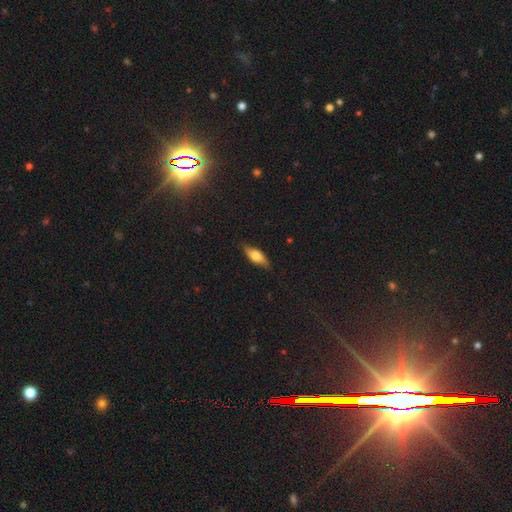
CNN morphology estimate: A smooth galaxy with no disk features (64%) that is in between round and cigar-shaped (68%). Merging: none (82%).